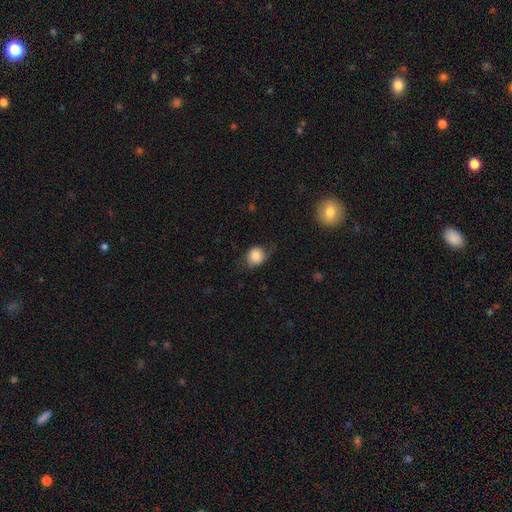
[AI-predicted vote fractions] smooth 77%, featured or disk 14%, star or artifact 9%. Down the decision tree: how rounded — round (62%); merging — none (63%).